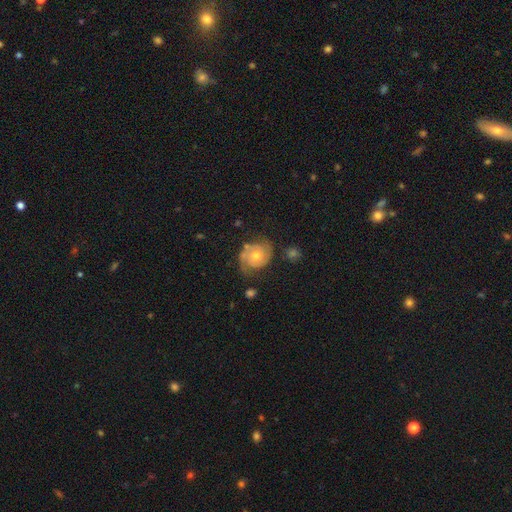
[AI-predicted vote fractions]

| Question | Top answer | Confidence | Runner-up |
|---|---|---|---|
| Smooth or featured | featured or disk | 76% | smooth (17%) |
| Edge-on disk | no | 98% | yes (2%) |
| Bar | no | 77% | weak (20%) |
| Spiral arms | yes | 93% | no (7%) |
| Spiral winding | tight | 51% | medium (36%) |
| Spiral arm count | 2 | 80% | can't tell (10%) |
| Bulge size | moderate | 68% | small (25%) |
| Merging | none | 65% | minor disturbance (22%) |